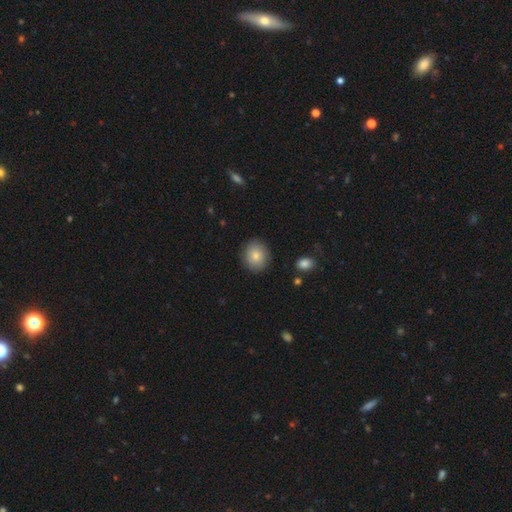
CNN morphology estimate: The model was most divided on "how rounded": round: 74%, in between: 25%, cigar-shaped: 1%. More confident: merging — none (88%); smooth or featured — smooth (81%).